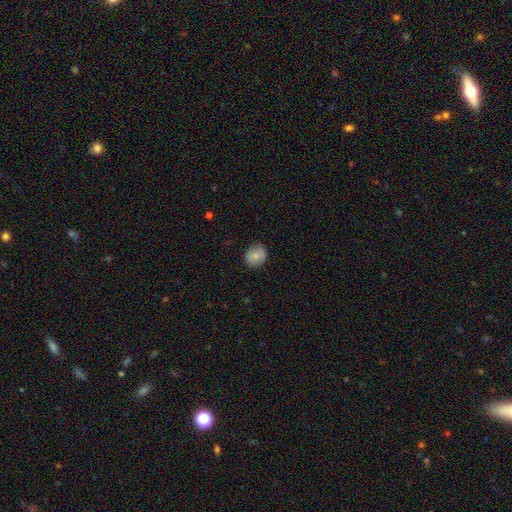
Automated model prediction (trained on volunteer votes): Smooth or featured? smooth (76%)
How rounded? round (76%)
Merging? none (81%)